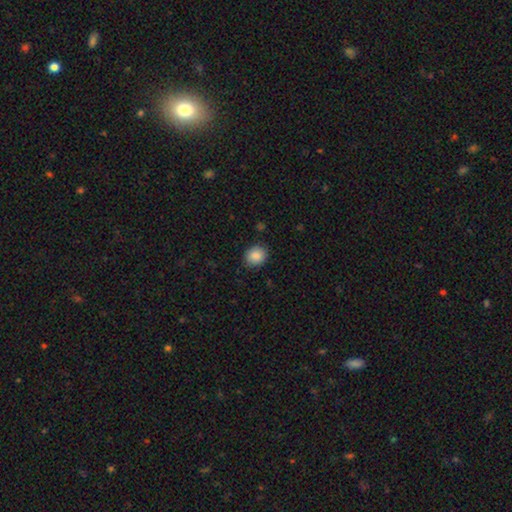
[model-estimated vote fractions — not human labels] Smooth or featured?
  - smooth: 88% *
  - star or artifact: 8%
  - featured or disk: 4%
How rounded?
  - round: 65% *
  - in between: 34%
  - cigar-shaped: 1%
Merging?
  - none: 87% *
  - minor disturbance: 9%
  - major disturbance: 2%
  - merger: 1%